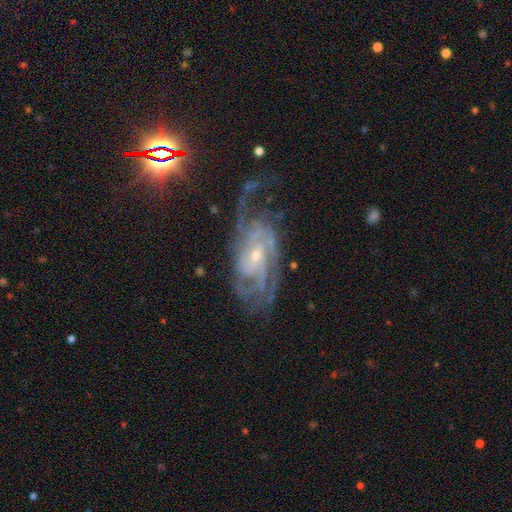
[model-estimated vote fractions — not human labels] Q: Smooth or featured?
A: featured or disk (88%); runner-up: star or artifact (7%)
Q: Edge-on disk?
A: no (95%); runner-up: yes (5%)
Q: Bar?
A: no (54%); runner-up: weak (35%)
Q: Spiral arms?
A: yes (97%); runner-up: no (3%)
Q: Spiral winding?
A: tight (53%); runner-up: medium (38%)
Q: Spiral arm count?
A: 2 (25%); runner-up: can't tell (24%)
Q: Bulge size?
A: small (72%); runner-up: moderate (24%)
Q: Merging?
A: none (61%); runner-up: minor disturbance (21%)